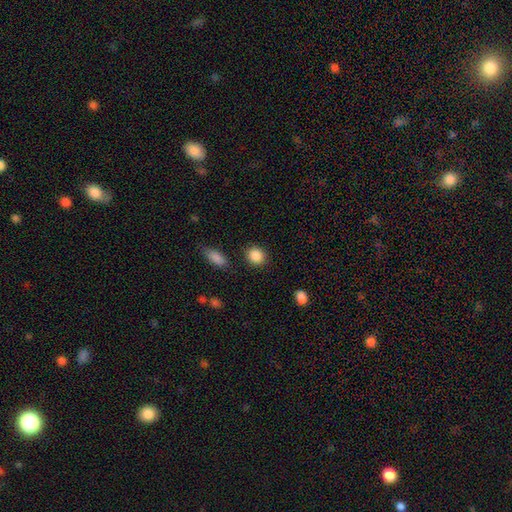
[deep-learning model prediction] This is clearly a smooth galaxy (88%). How rounded: likely round (75%). Merging: clearly none (87%).